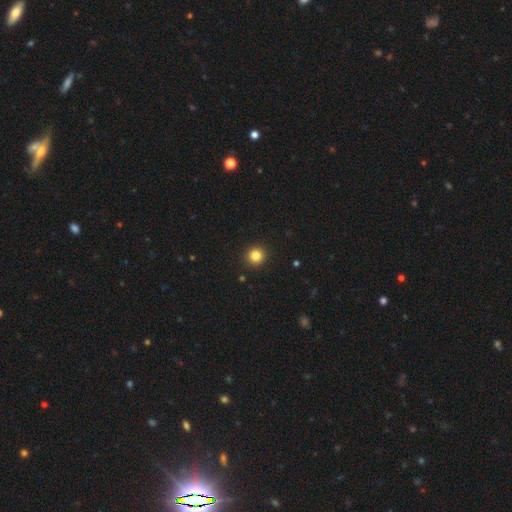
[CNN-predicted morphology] Q: Smooth or featured?
A: smooth (83%); runner-up: star or artifact (12%)
Q: How rounded?
A: round (94%); runner-up: in between (5%)
Q: Merging?
A: none (93%); runner-up: minor disturbance (4%)